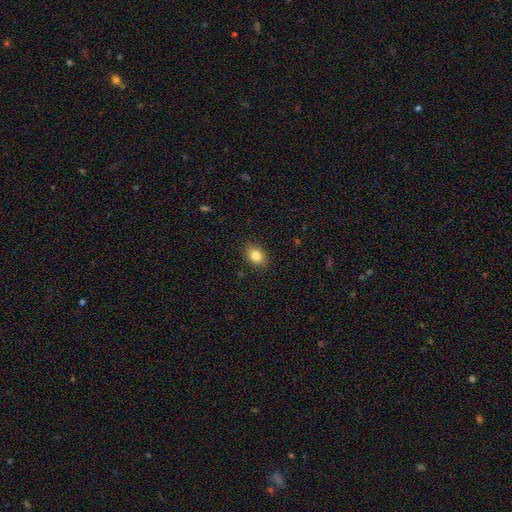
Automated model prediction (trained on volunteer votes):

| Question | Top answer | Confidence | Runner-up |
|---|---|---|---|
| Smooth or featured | smooth | 83% | star or artifact (9%) |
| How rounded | in between | 70% | round (28%) |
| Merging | none | 88% | minor disturbance (9%) |